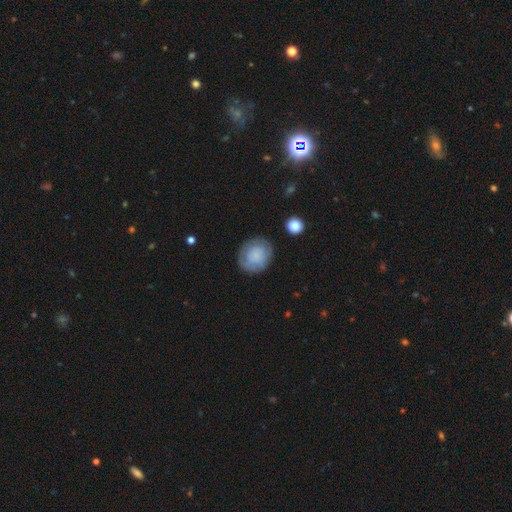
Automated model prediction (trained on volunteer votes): Smooth or featured? smooth (68%)
How rounded? round (72%)
Merging? none (73%)